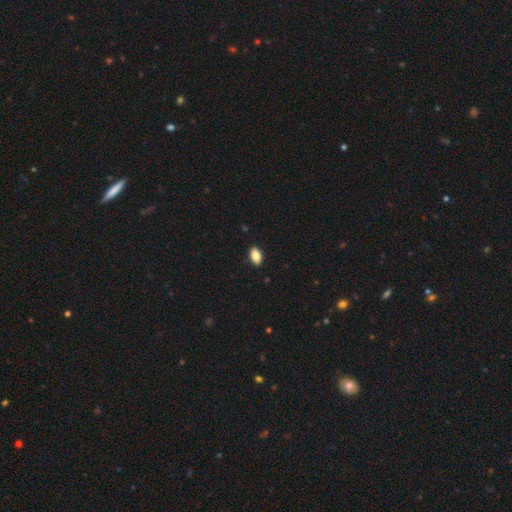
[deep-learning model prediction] Smooth or featured: smooth — 85% (star or artifact — 8%)
How rounded: in between — 92% (round — 6%)
Merging: none — 89% (minor disturbance — 8%)